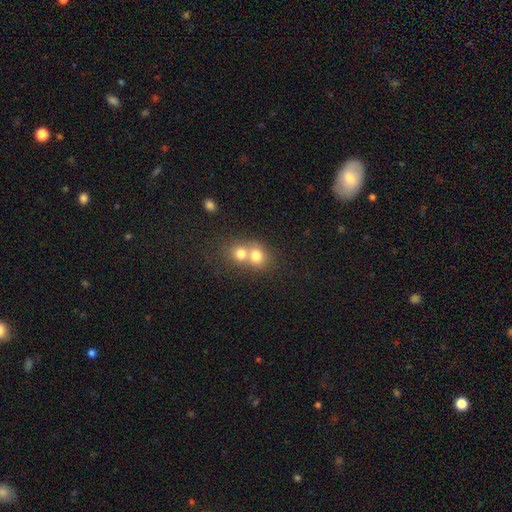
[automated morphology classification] This appears to be a smooth galaxy with no disk features (73%) that is round (75%). Merging: merger (67%).